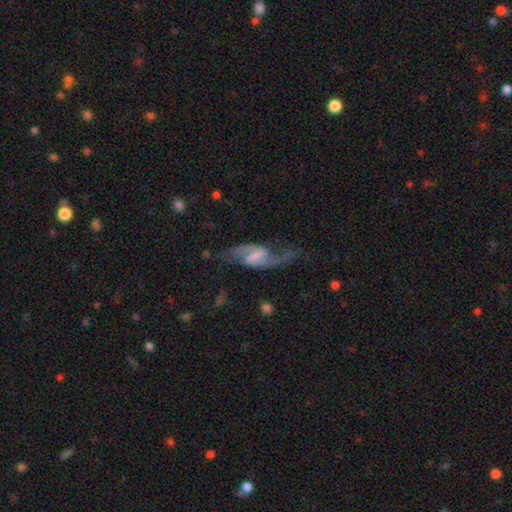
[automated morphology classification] Overall: featured or disk (87%). Edge-on disk: no (96%). Bar: weak (50%; strong 36%). Spiral arms: yes (96%). Spiral arm count: 2 (93%). Spiral winding: loose (57%; medium 36%). Bulge size: small (47%; moderate 29%). Merging: none (68%).